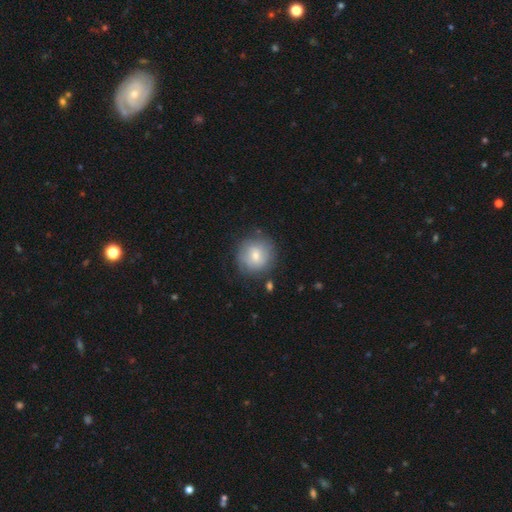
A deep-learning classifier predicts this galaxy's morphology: This is likely a smooth galaxy (64%). How rounded: clearly round (92%). Merging: likely none (78%).